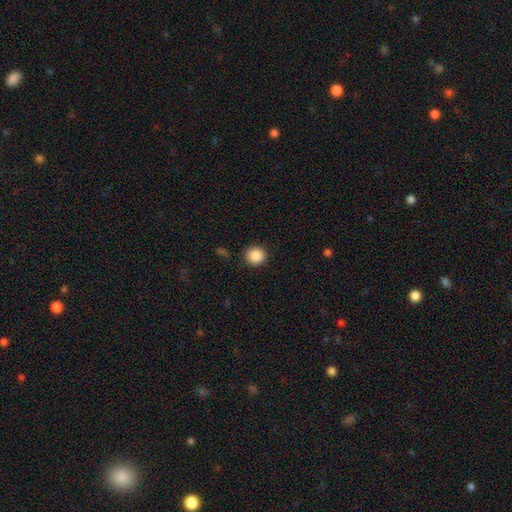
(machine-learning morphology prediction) Overall: smooth (88%). How rounded: round (93%). Merging: none (90%).